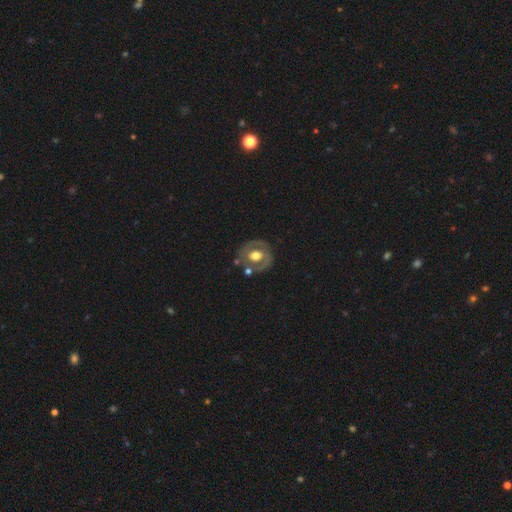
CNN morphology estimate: Smooth or featured: featured or disk — 62% (smooth — 32%)
Edge-on disk: no — 95% (yes — 5%)
Bar: no — 65% (weak — 26%)
Spiral arms: no — 61% (yes — 39%)
Bulge size: moderate — 58% (large — 35%)
Merging: none — 70% (minor disturbance — 16%)